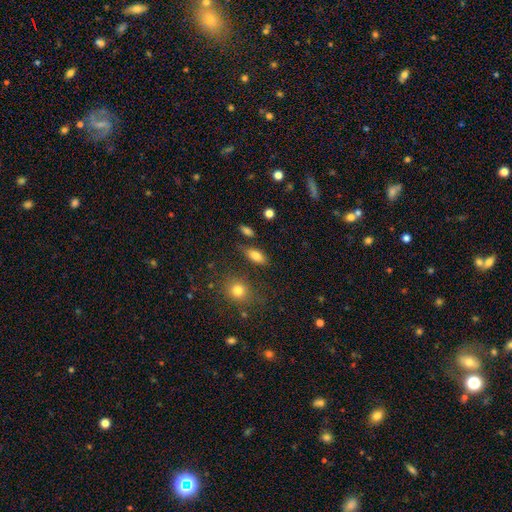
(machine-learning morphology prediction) type=smooth (80%); roundness=in between (83%); merging=none (74%).